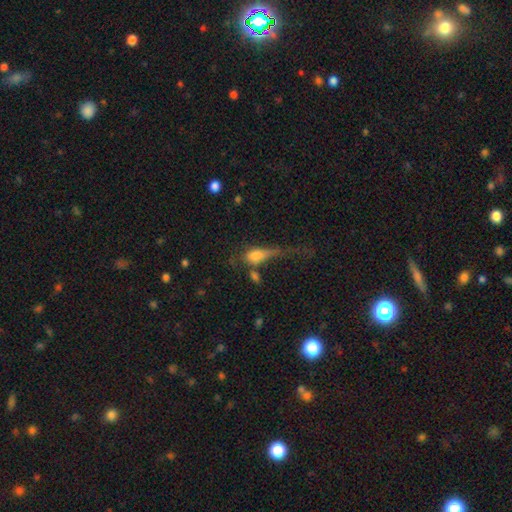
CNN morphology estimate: Smooth or featured? Predicted: smooth (p=0.66). How rounded? Predicted: in between (p=0.68). Merging? Predicted: major disturbance (p=0.45).